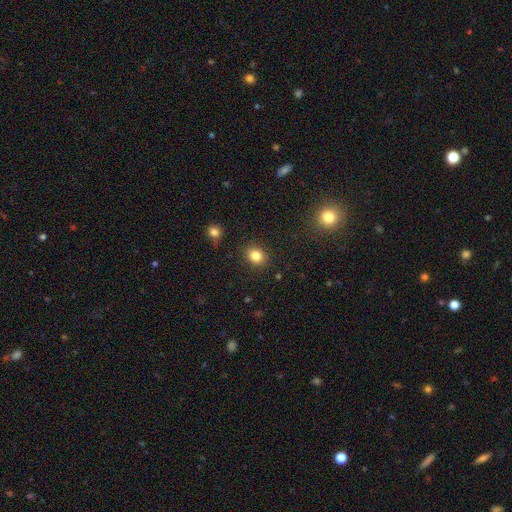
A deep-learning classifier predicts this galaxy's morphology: The model was most divided on "how rounded": round: 60%, in between: 39%, cigar-shaped: 1%. More confident: merging — none (88%); smooth or featured — smooth (83%).